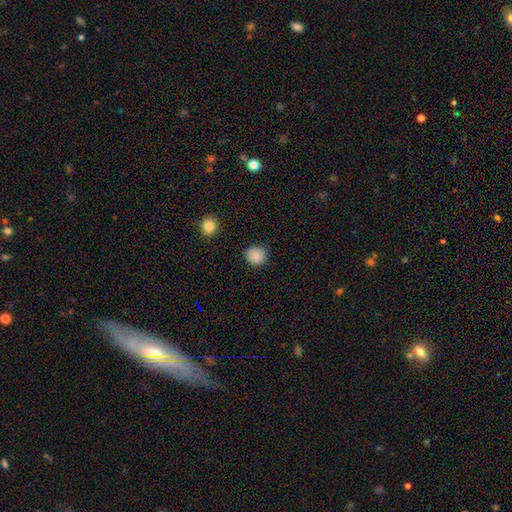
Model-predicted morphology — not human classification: This appears to be a smooth galaxy with no disk features (87%) that is round (84%). Merging: none (85%).